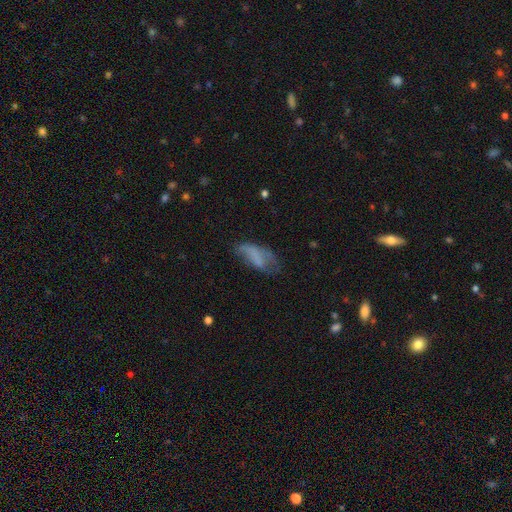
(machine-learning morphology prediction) This appears to be a smooth galaxy with no disk features (57%) that is in between round and cigar-shaped (82%). Merging: none (36%).